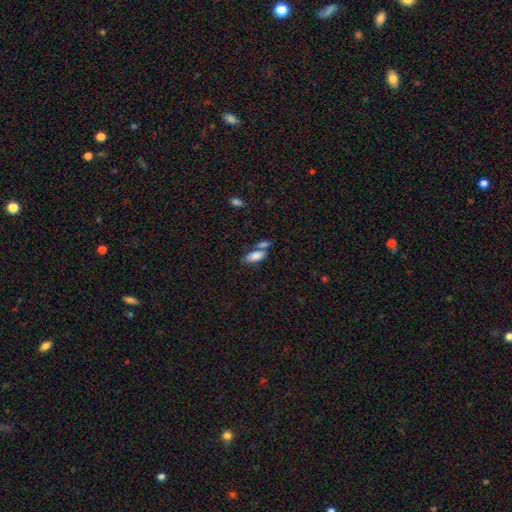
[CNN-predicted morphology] The model was most divided on "merging": none: 48%, merger: 32%, minor disturbance: 15%, major disturbance: 5%. More confident: how rounded — in between (84%); smooth or featured — smooth (80%).